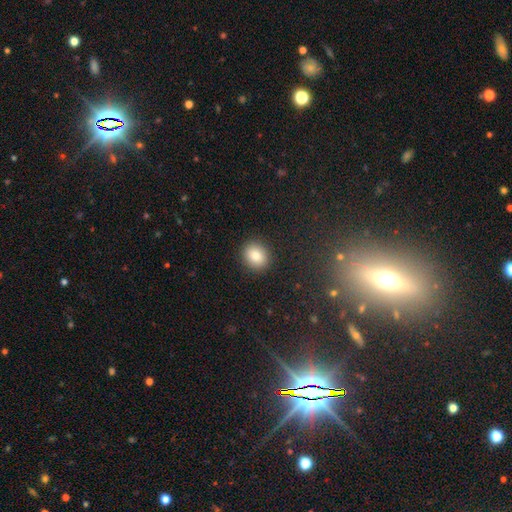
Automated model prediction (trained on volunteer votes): A smooth galaxy with no disk features (84%) that is round (63%).

Vote fractions:
- Smooth or featured? smooth: 84% / star or artifact: 9% / featured or disk: 7%
- How rounded? round: 63% / in between: 36% / cigar-shaped: 1%
- Merging? none: 90% / minor disturbance: 7% / major disturbance: 2% / merger: 1%